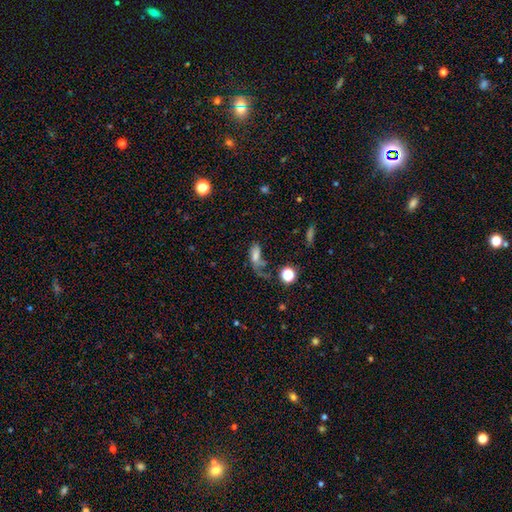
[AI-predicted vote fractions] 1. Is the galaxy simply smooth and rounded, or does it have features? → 61% smooth, 24% featured or disk, 15% star or artifact.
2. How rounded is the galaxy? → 72% in between, 20% cigar-shaped, 8% round.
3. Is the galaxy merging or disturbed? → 43% major disturbance, 26% none, 18% minor disturbance, 13% merger.